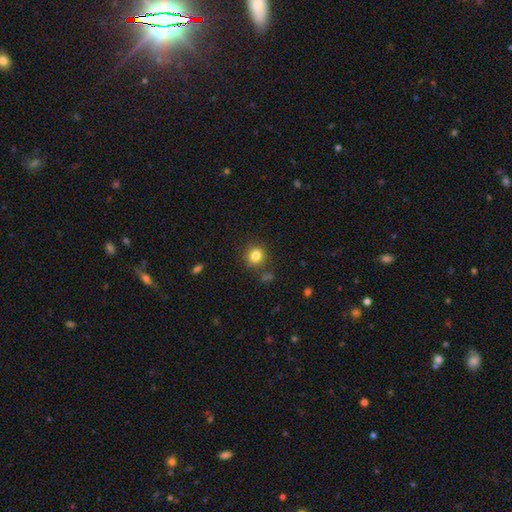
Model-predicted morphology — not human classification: Smooth or featured: smooth — 83% (star or artifact — 11%)
How rounded: round — 79% (in between — 20%)
Merging: none — 83% (minor disturbance — 10%)